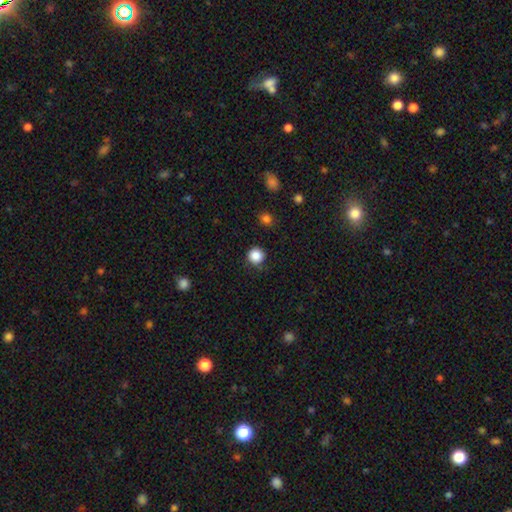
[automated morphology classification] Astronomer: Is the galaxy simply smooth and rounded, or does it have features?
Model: smooth — 86%.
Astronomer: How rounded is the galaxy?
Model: round — 95%.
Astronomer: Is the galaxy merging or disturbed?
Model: none — 86%.